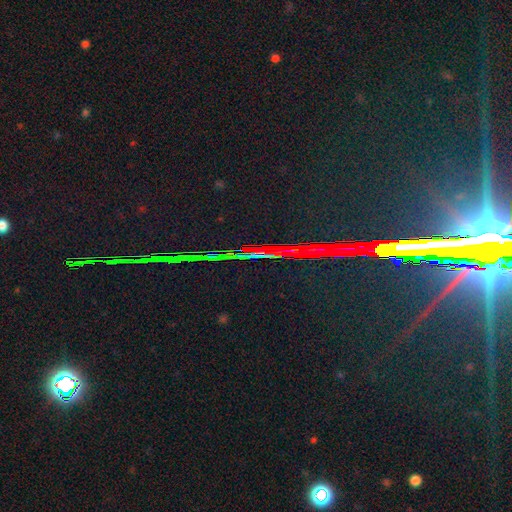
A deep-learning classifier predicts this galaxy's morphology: smooth_or_featured: star or artifact (p=0.81) [alt: featured or disk p=0.12]